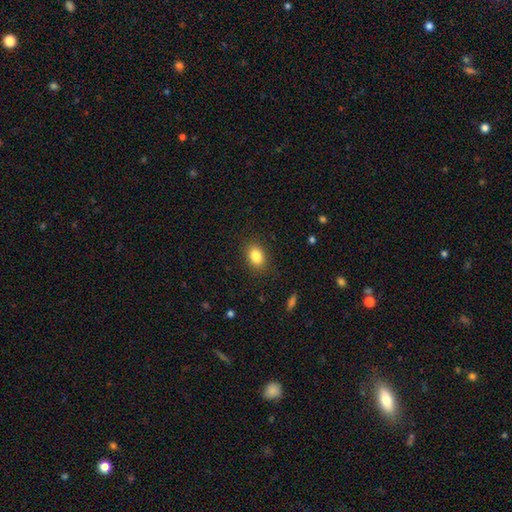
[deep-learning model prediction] Q: Smooth or featured?
A: smooth (85%); runner-up: star or artifact (9%)
Q: How rounded?
A: in between (77%); runner-up: round (22%)
Q: Merging?
A: none (87%); runner-up: minor disturbance (9%)